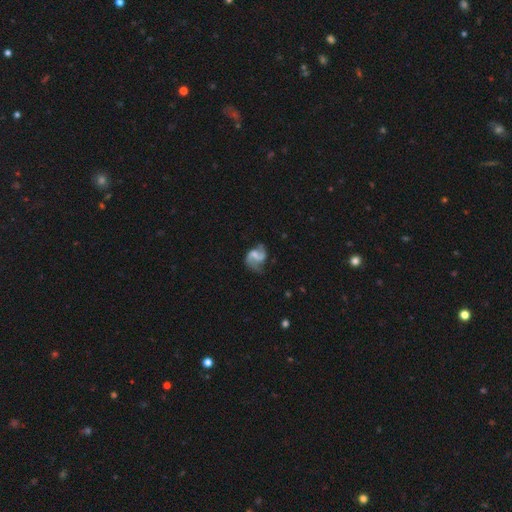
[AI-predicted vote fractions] A featured or disk galaxy (77%) with a weak bar (48%), 2 (83%) loose (50%) spiral arms (91%) and a small central bulge (35%).

Vote fractions:
- Smooth or featured? featured or disk: 77% / smooth: 16% / star or artifact: 7%
- Edge-on disk? no: 98% / yes: 2%
- Bar? weak: 48% / no: 36% / strong: 16%
- Spiral arms? yes: 91% / no: 9%
- Spiral winding? loose: 50% / medium: 40% / tight: 10%
- Spiral arm count? 2: 83% / 1: 7% / can't tell: 5% / 3: 2% / 4: 1% / more than 4: 1%
- Bulge size? small: 35% / none: 33% / moderate: 26% / large: 5% / dominant: 1%
- Merging? none: 52% / minor disturbance: 22% / major disturbance: 21% / merger: 4%